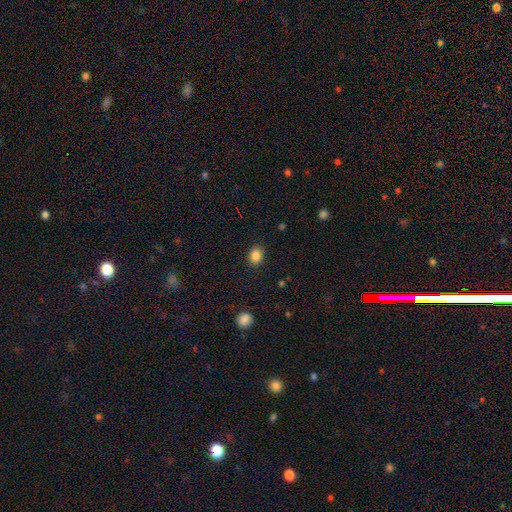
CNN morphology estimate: Q: Smooth or featured?
A: smooth (86%); runner-up: star or artifact (10%)
Q: How rounded?
A: in between (60%); runner-up: round (40%)
Q: Merging?
A: none (88%); runner-up: minor disturbance (8%)